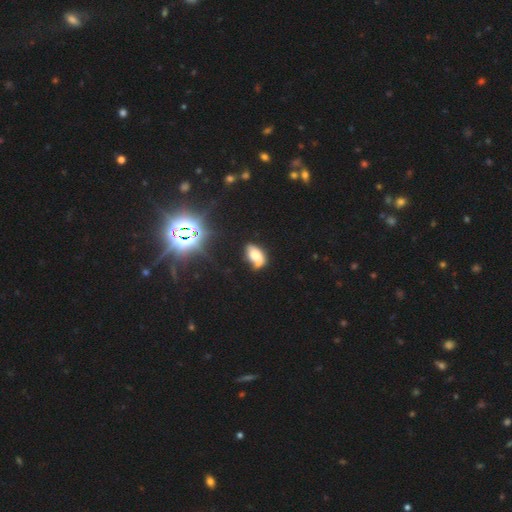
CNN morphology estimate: smooth-or-featured: smooth: 62% | featured or disk: 23% | star or artifact: 15%
  how-rounded: in between: 92% | round: 6% | cigar-shaped: 3%
  merging: none: 51% | minor disturbance: 32% | major disturbance: 11% | merger: 6%